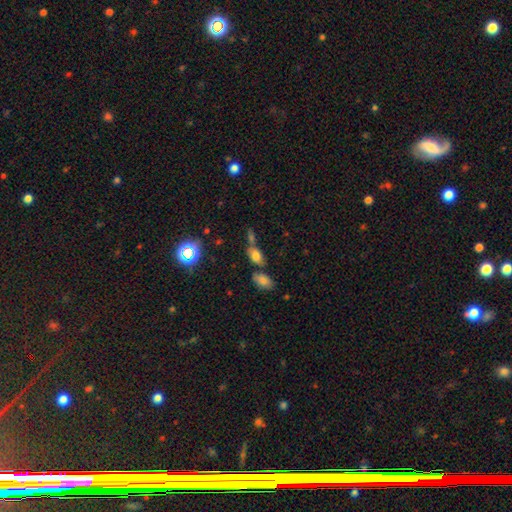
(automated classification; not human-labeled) Overall: smooth (69%). How rounded: in between (79%). Merging: none (44%; merger 36%).